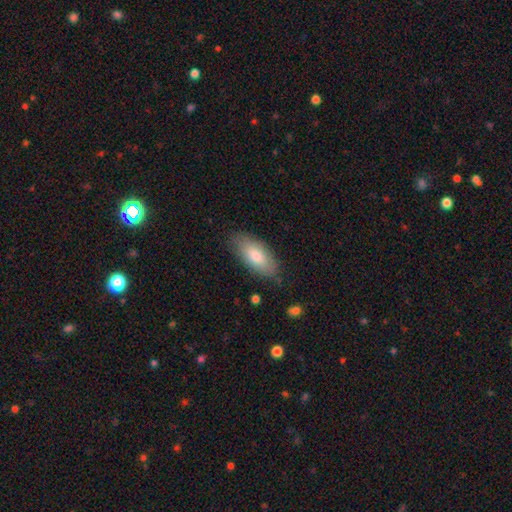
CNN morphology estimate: A smooth galaxy with no disk features (79%) that is in between round and cigar-shaped (85%). Merging: none (81%).